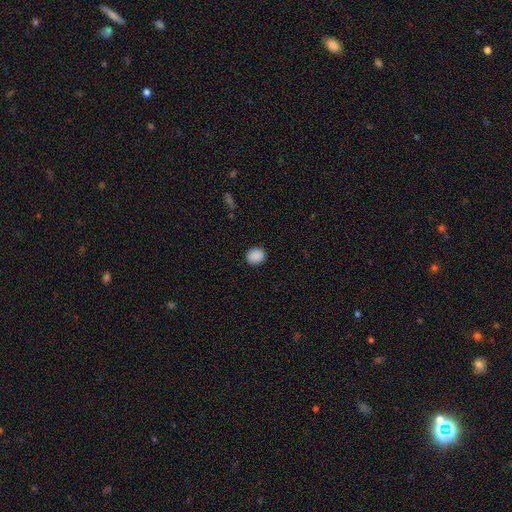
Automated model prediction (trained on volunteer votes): Smooth or featured?
  - smooth: 89% *
  - star or artifact: 8%
  - featured or disk: 2%
How rounded?
  - round: 67% *
  - in between: 32%
  - cigar-shaped: 1%
Merging?
  - none: 89% *
  - minor disturbance: 8%
  - major disturbance: 2%
  - merger: 1%